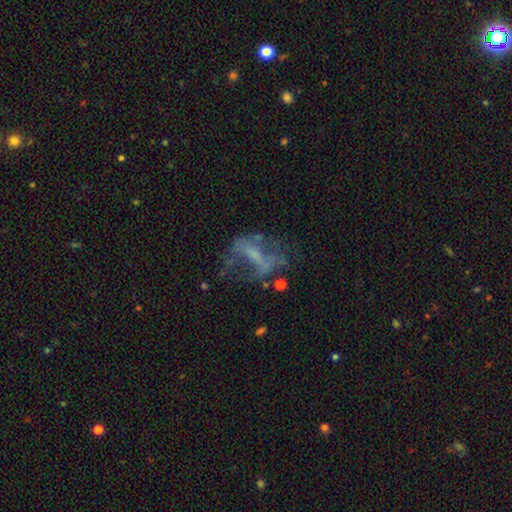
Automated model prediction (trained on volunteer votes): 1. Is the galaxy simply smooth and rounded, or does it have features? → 62% featured or disk, 23% smooth, 16% star or artifact.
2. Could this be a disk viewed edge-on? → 91% no, 9% yes.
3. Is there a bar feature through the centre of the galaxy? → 42% no, 31% weak, 27% strong.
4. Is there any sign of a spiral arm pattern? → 66% no, 34% yes.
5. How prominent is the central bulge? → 48% none, 32% small, 16% moderate, 3% large, 1% dominant.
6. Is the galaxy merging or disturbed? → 38% major disturbance, 37% none, 18% minor disturbance, 7% merger.